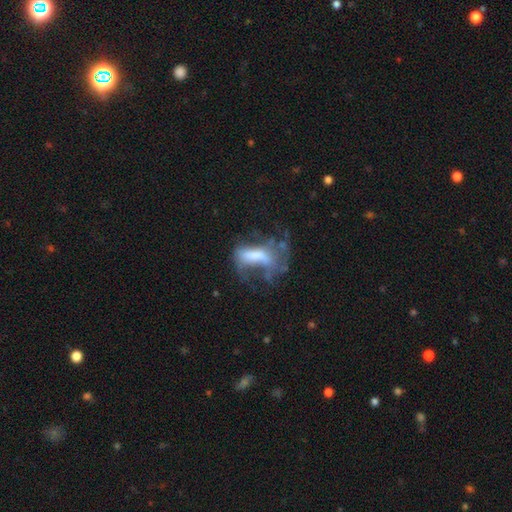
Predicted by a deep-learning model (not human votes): A featured or disk galaxy (48%).

Vote fractions:
- Smooth or featured? featured or disk: 48% / smooth: 39% / star or artifact: 13%
- Merging? major disturbance: 47% / none: 27% / minor disturbance: 19% / merger: 8%